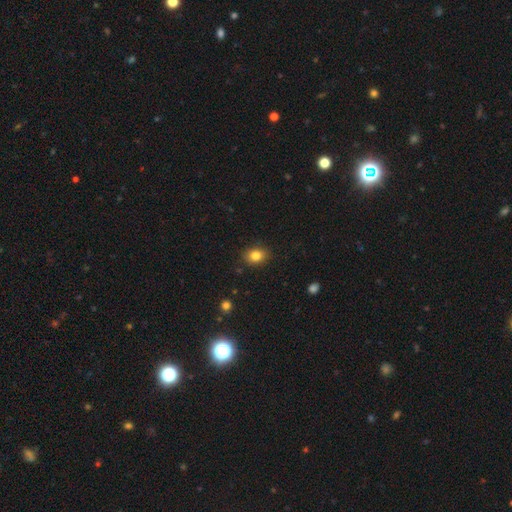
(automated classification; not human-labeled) Smooth or featured? Predicted: smooth (p=0.83). How rounded? Predicted: in between (p=0.54). Merging? Predicted: none (p=0.87).